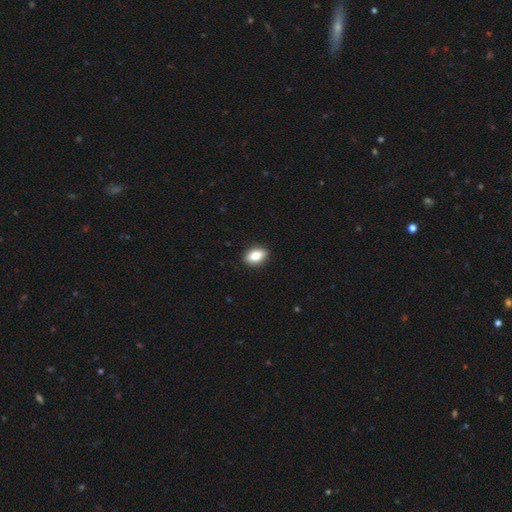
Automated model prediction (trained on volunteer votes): Smooth or featured?
  - smooth: 81% *
  - featured or disk: 12%
  - star or artifact: 8%
How rounded?
  - in between: 86% *
  - round: 11%
  - cigar-shaped: 3%
Merging?
  - none: 89% *
  - minor disturbance: 8%
  - major disturbance: 2%
  - merger: 1%